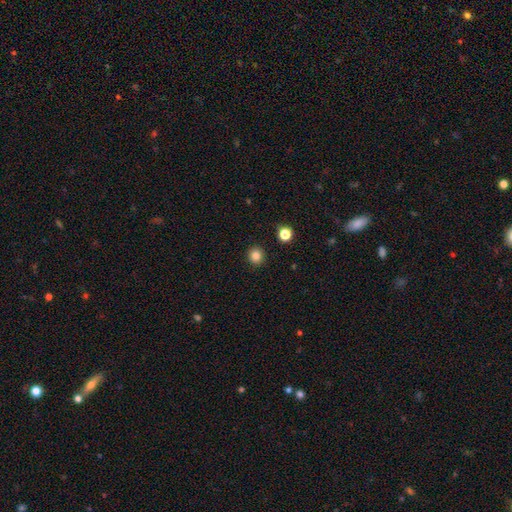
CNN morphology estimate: Smooth or featured: smooth — 84% (star or artifact — 12%)
How rounded: round — 91% (in between — 8%)
Merging: none — 92% (minor disturbance — 5%)